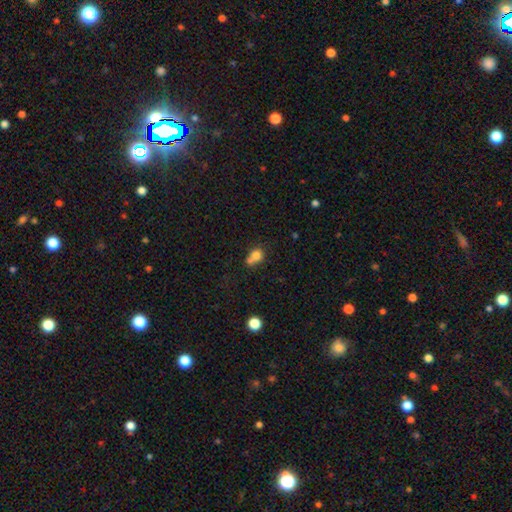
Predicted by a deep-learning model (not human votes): This is likely a smooth galaxy (76%). How rounded: likely round (65%). Merging: marginally merger (42%).